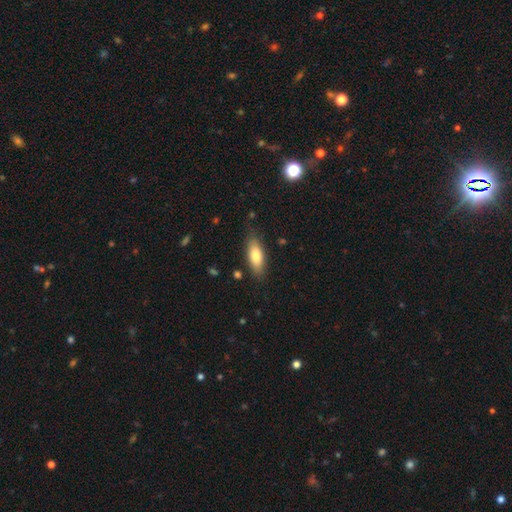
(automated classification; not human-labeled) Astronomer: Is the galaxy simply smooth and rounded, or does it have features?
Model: smooth — 79%.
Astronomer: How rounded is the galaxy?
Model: in between — 68%.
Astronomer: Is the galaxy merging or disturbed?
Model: none — 81%.